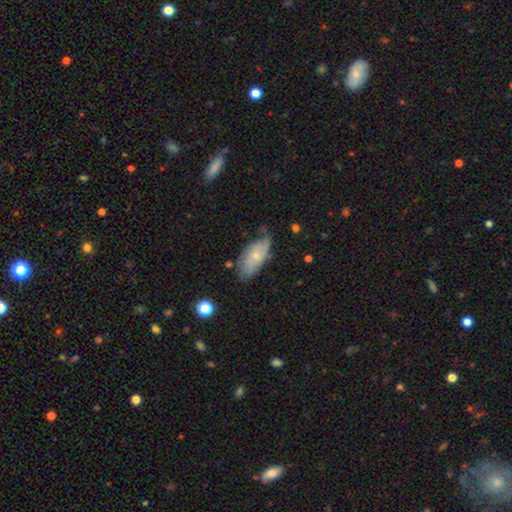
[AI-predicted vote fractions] This is possibly a featured or disk galaxy (48%). Merging: possibly none (50%).